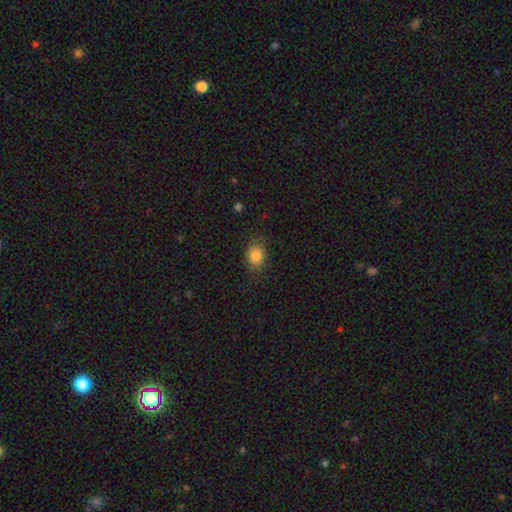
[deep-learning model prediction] Overall: smooth (83%). How rounded: in between (57%; round 42%). Merging: none (76%).